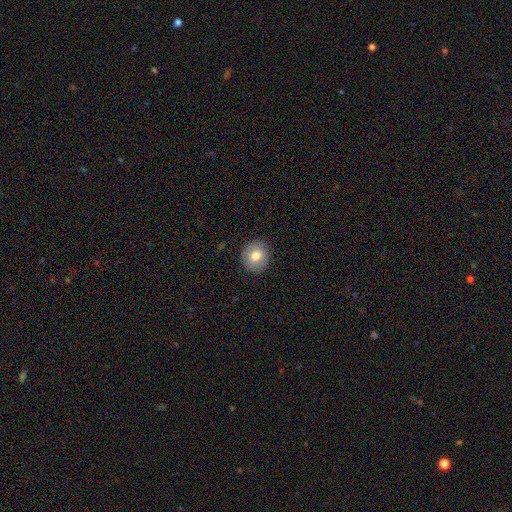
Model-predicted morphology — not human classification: This appears to be a smooth galaxy with no disk features (75%) that is round (86%). Merging: none (88%).